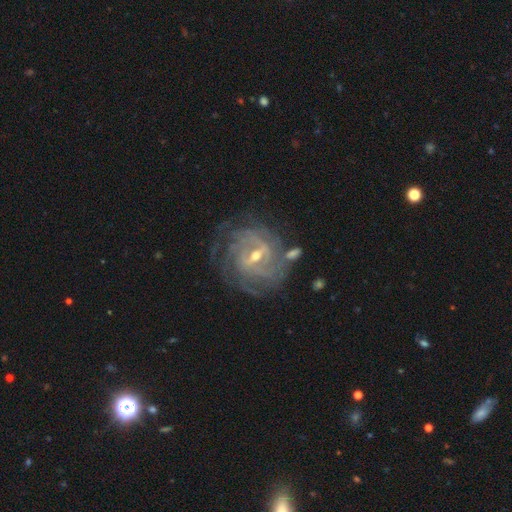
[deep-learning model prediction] smooth-or-featured: featured or disk: 88% | star or artifact: 6% | smooth: 6%
  disk-edge-on: no: 97% | yes: 3%
    bar: weak: 49% | strong: 37% | no: 13%
    has-spiral-arms: yes: 95% | no: 5%
      spiral-winding: tight: 71% | medium: 24% | loose: 5%
      spiral-arm-count: can't tell: 33% | 4: 21% | 3: 19% | 2: 14% | more than 4: 8% | 1: 6%
    bulge-size: small: 48% (tied) | moderate: 48% (tied) | large: 2% | none: 1% | dominant: 1%
  merging: none: 72% | minor disturbance: 16% | major disturbance: 8% | merger: 4%